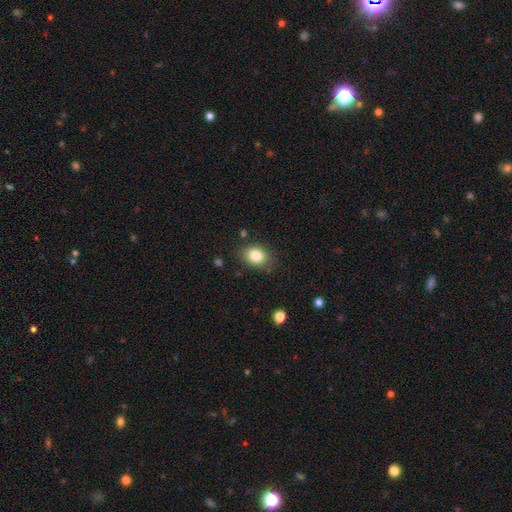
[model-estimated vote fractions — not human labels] A smooth galaxy with no disk features (83%) that is in between round and cigar-shaped (64%). Merging: none (80%).